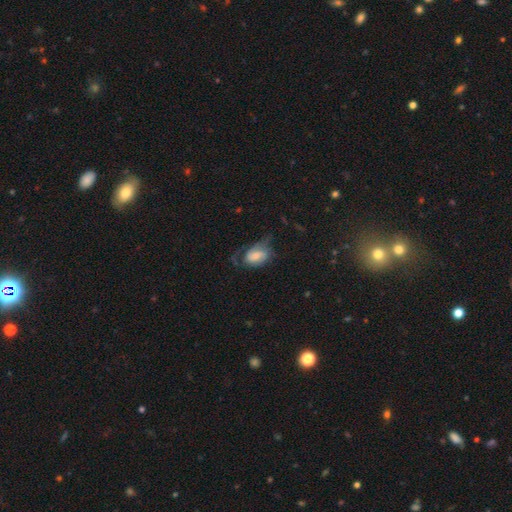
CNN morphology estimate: Smooth or featured? Predicted: featured or disk (p=0.50). Edge-on disk? Predicted: no (p=0.96). Merging? Predicted: major disturbance (p=0.37).